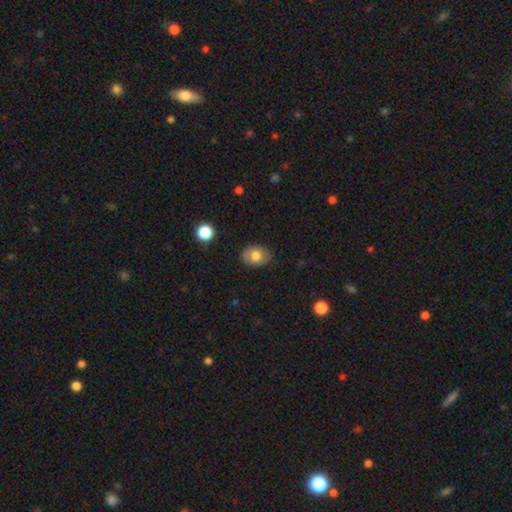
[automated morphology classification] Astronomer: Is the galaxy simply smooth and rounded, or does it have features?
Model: smooth — 73%.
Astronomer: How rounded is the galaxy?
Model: in between — 70%.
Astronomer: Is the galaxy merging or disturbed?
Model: none — 83%.